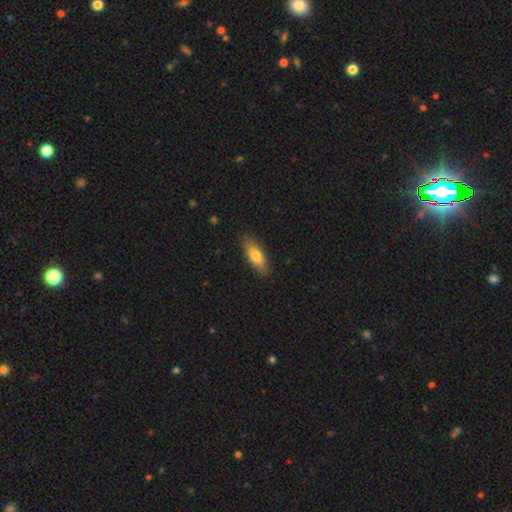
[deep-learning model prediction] Smooth or featured? smooth (77%)
How rounded? in between (67%)
Merging? none (85%)